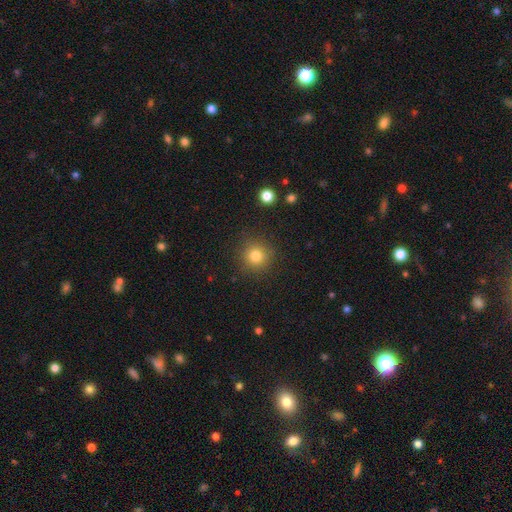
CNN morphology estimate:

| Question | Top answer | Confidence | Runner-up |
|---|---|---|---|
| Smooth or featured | smooth | 82% | star or artifact (12%) |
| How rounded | round | 93% | in between (6%) |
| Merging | none | 88% | minor disturbance (7%) |